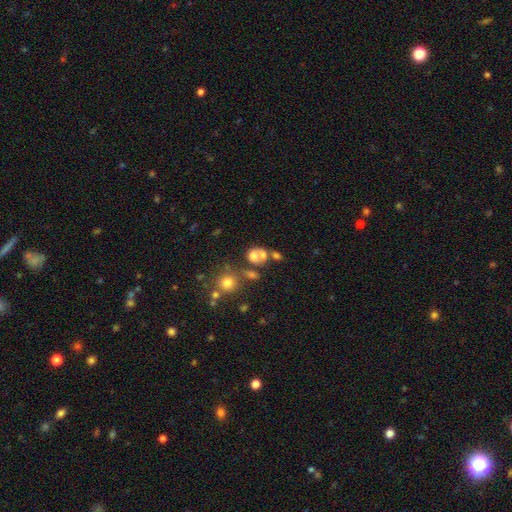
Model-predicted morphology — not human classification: Q: Smooth or featured?
A: smooth (61%); runner-up: featured or disk (25%)
Q: How rounded?
A: round (57%); runner-up: in between (42%)
Q: Merging?
A: merger (47%); runner-up: none (31%)